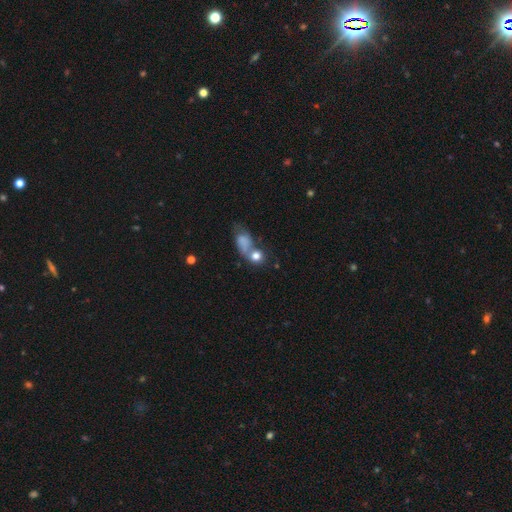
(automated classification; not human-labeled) Smooth or featured: smooth — 75% (featured or disk — 13%)
How rounded: round — 68% (in between — 29%)
Merging: merger — 41% (none — 36%)